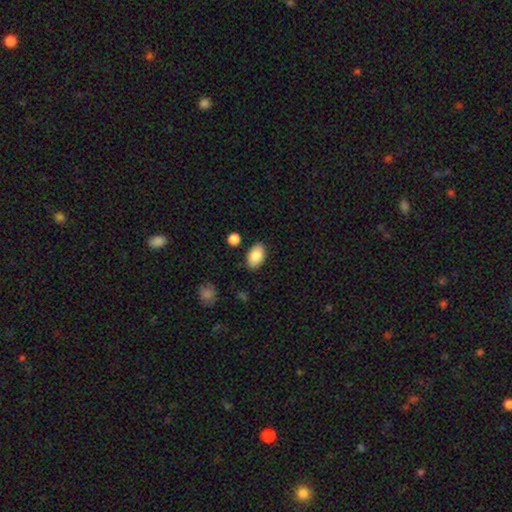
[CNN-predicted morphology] smooth 87%, star or artifact 7%, featured or disk 6%. Down the decision tree: how rounded — in between (92%); merging — none (84%).